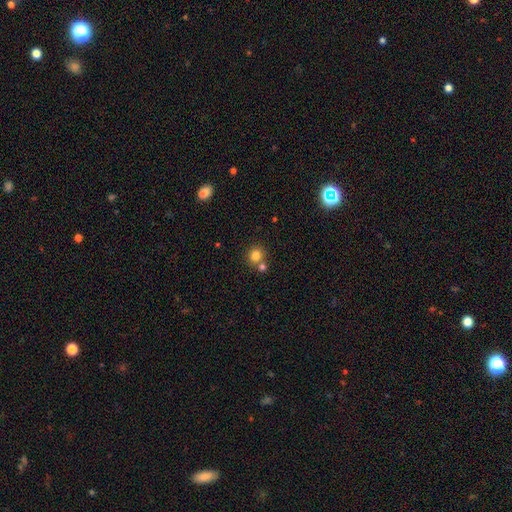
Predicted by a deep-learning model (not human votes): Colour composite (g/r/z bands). It shows a smooth galaxy with no disk features (81%) that is round (86%). Merging: none (63%).